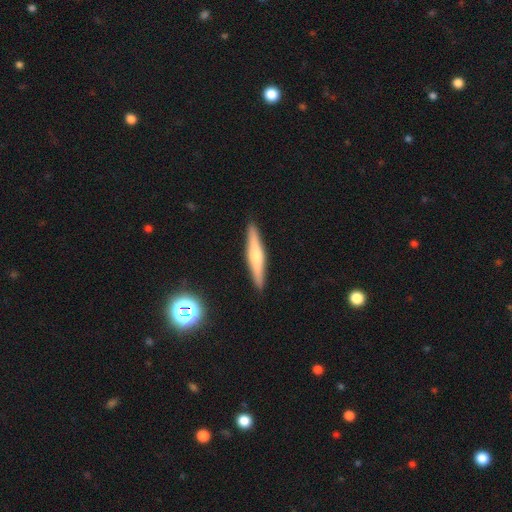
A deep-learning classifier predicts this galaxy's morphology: This appears to be a featured or disk galaxy (55%) viewed edge-on (95%) with a rounded central bulge (83%). Merging: none (91%).